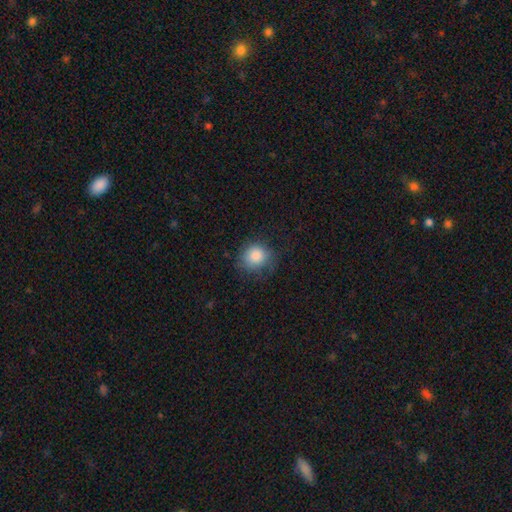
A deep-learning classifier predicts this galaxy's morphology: A smooth galaxy with no disk features (84%) that is round (84%). Merging: none (72%).